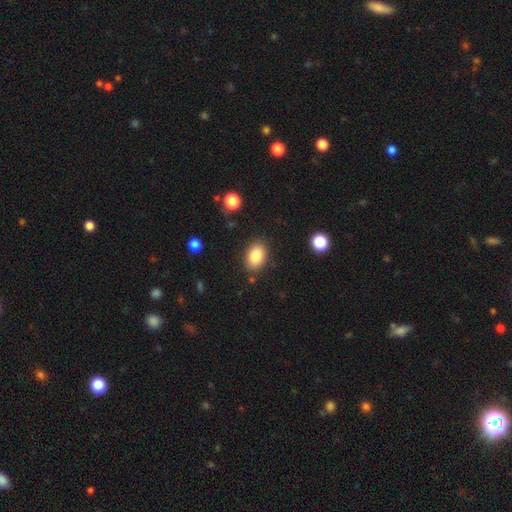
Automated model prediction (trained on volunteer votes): The model was most divided on "how rounded": in between: 84%, round: 15%, cigar-shaped: 1%. More confident: smooth or featured — smooth (87%); merging — none (85%).